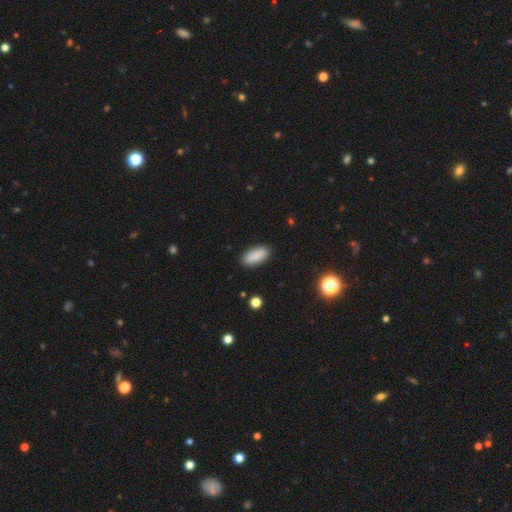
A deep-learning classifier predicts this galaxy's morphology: This is clearly a smooth galaxy (89%). How rounded: clearly in between (84%). Merging: clearly none (89%).